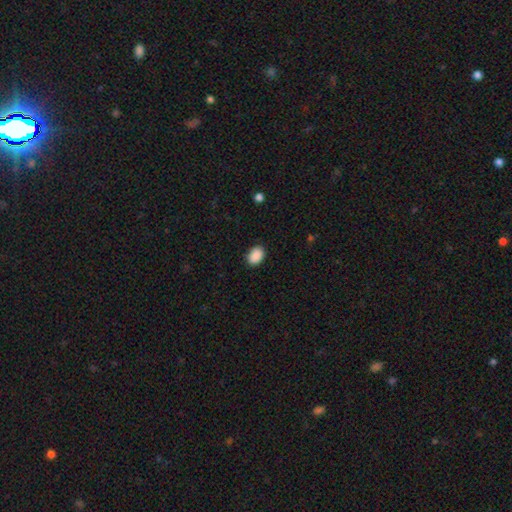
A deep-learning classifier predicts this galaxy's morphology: A smooth galaxy with no disk features (90%) that is in between round and cigar-shaped (80%).

Vote fractions:
- Smooth or featured? smooth: 90% / star or artifact: 8% / featured or disk: 2%
- How rounded? in between: 80% / round: 19% / cigar-shaped: 1%
- Merging? none: 88% / minor disturbance: 9% / major disturbance: 2% / merger: 1%